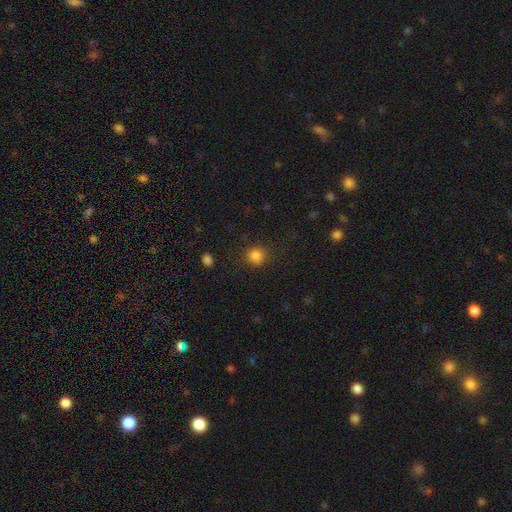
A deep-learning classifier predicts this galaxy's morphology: Smooth or featured? smooth (84%)
How rounded? round (87%)
Merging? none (82%)